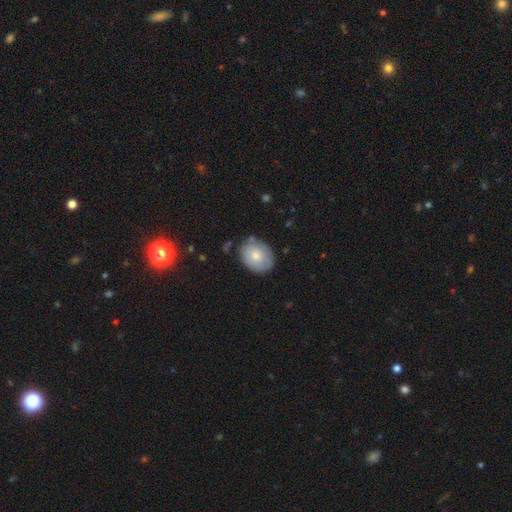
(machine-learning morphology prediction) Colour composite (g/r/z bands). It shows a smooth galaxy with no disk features (73%) that is in between round and cigar-shaped (58%). Merging: none (75%).